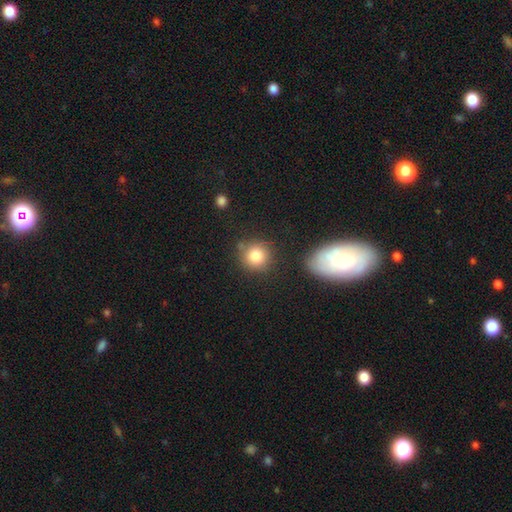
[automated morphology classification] smooth-or-featured: smooth: 83% | star or artifact: 10% | featured or disk: 7%
  how-rounded: round: 90% | in between: 9% | cigar-shaped: 1%
  merging: none: 76% | minor disturbance: 13% | merger: 7% | major disturbance: 4%